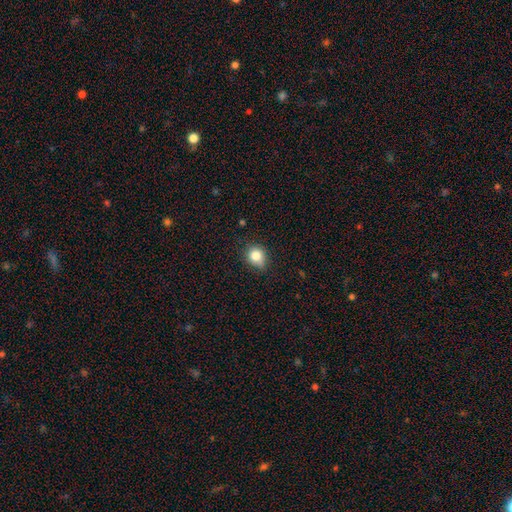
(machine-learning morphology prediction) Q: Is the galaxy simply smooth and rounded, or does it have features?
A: smooth — 82%.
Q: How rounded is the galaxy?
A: round — 74%.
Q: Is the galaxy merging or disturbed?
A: none — 73%.